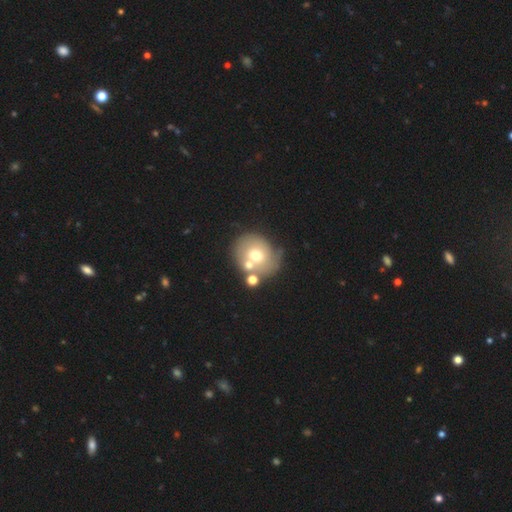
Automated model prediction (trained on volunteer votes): Smooth or featured: smooth — 57% (featured or disk — 32%)
How rounded: round — 71% (in between — 28%)
Merging: none — 54% (merger — 25%)